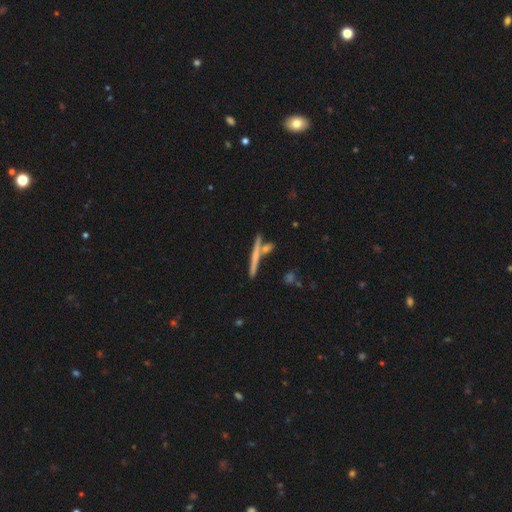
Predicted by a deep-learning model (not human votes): The model was most divided on "smooth or featured": featured or disk: 47%, smooth: 46%, star or artifact: 7%. More confident: merging — none (74%).